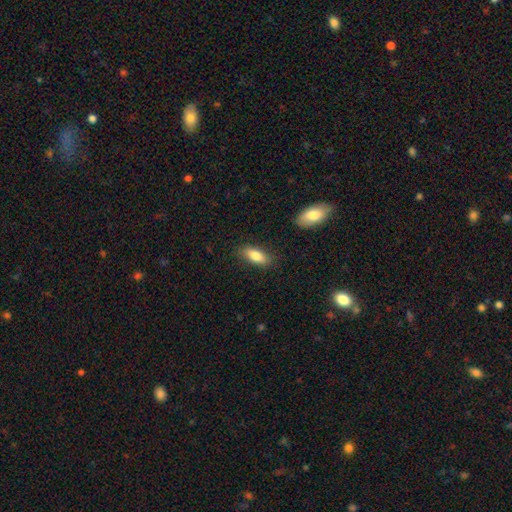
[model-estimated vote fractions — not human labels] smooth_or_featured: smooth (p=0.82) [alt: featured or disk p=0.11]
how_rounded: in between (p=0.80) [alt: cigar-shaped p=0.18]
merging: none (p=0.83) [alt: minor disturbance p=0.12]